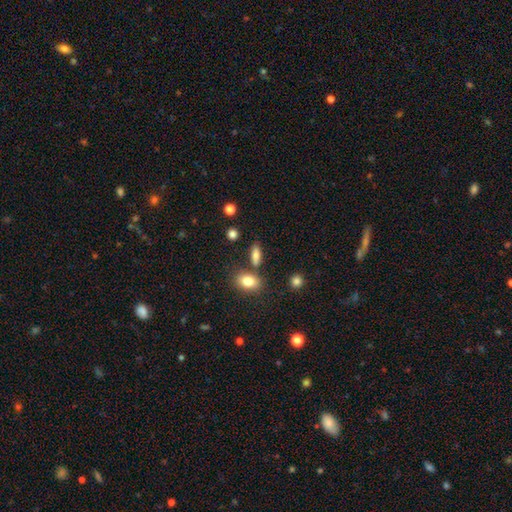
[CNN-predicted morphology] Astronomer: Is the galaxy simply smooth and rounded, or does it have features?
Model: smooth — 80%.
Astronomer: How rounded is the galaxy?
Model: in between — 70%.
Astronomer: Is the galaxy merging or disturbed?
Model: none — 75%.